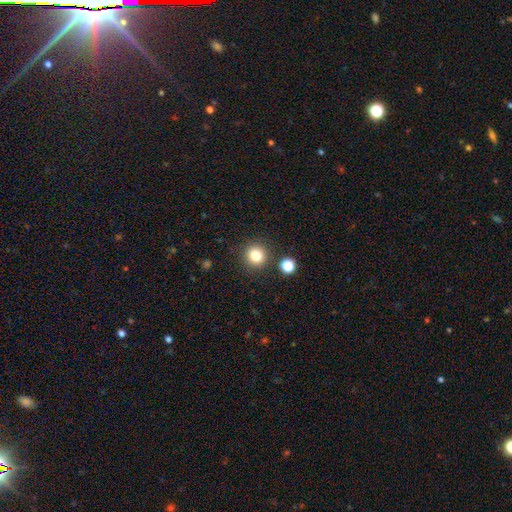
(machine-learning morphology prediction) This appears to be a smooth galaxy with no disk features (81%) that is round (94%). Merging: none (87%).